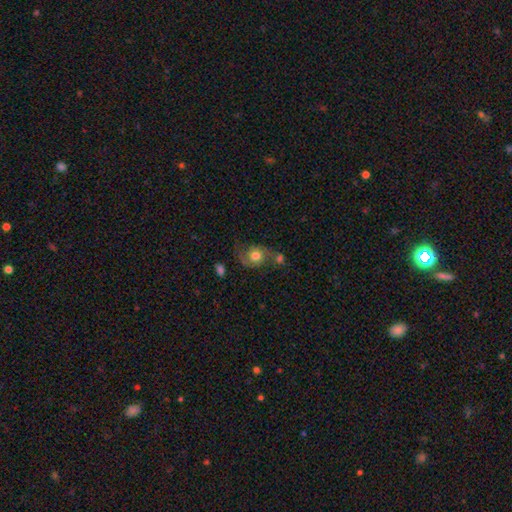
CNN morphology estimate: The model was most divided on "smooth or featured": smooth: 47%, featured or disk: 43%, star or artifact: 10%. Remaining: merging — none (45%).